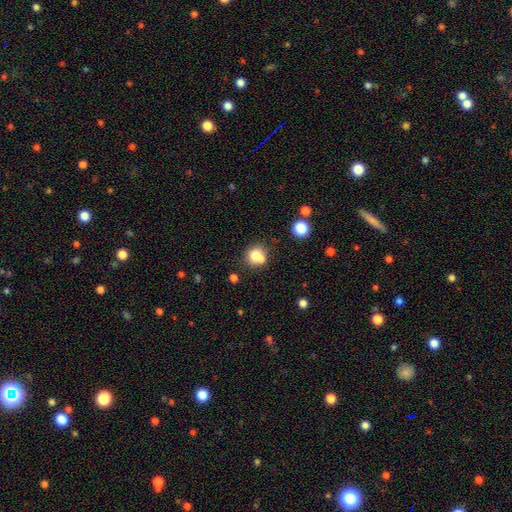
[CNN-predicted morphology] This is likely a smooth galaxy (75%). How rounded: clearly round (84%). Merging: possibly none (52%).